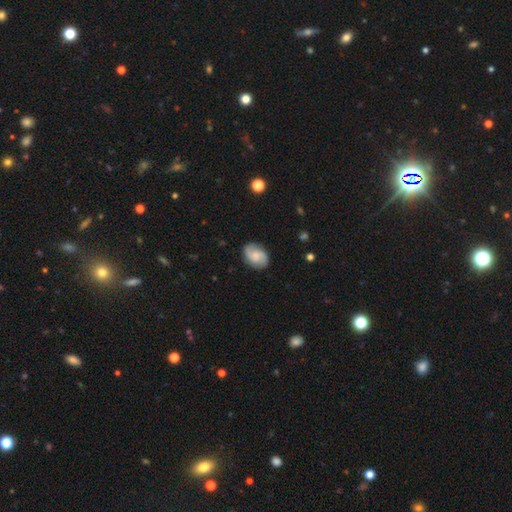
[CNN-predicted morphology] Smooth or featured: featured or disk — 55% (smooth — 38%)
Edge-on disk: no — 97% (yes — 3%)
Bar: no — 62% (weak — 33%)
Spiral arms: yes — 93% (no — 7%)
Bulge size: small — 41% (moderate — 35%)
Merging: none — 83% (minor disturbance — 13%)